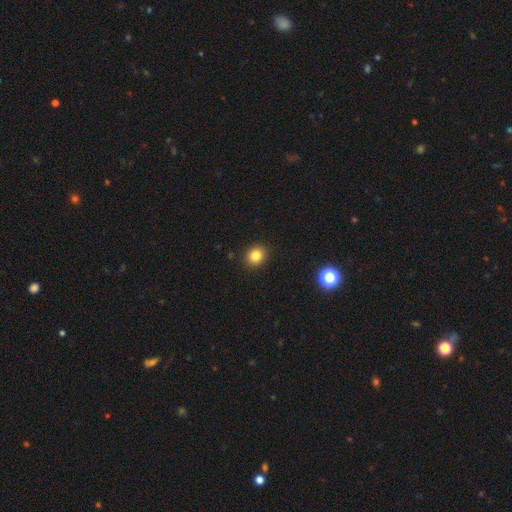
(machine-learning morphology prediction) This appears to be a smooth galaxy with no disk features (83%) that is round (73%). Merging: none (91%).